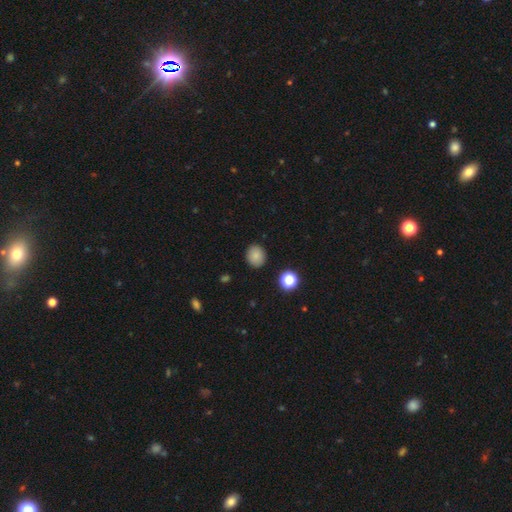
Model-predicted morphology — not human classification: smooth 84%, star or artifact 11%, featured or disk 5%. Down the decision tree: how rounded — round (72%); merging — none (89%).